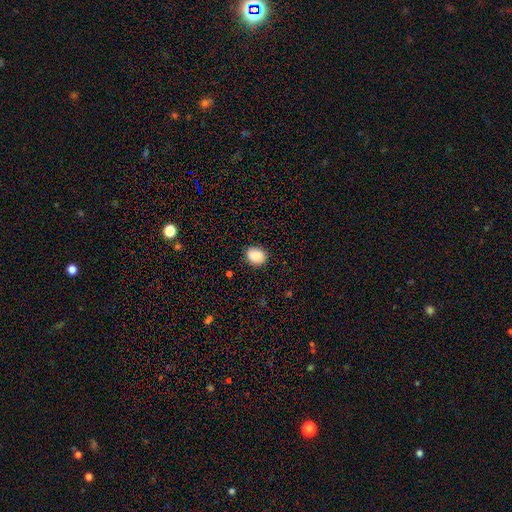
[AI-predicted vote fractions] smooth 85%, star or artifact 8%, featured or disk 7%. Down the decision tree: how rounded — in between (51%); merging — none (86%).